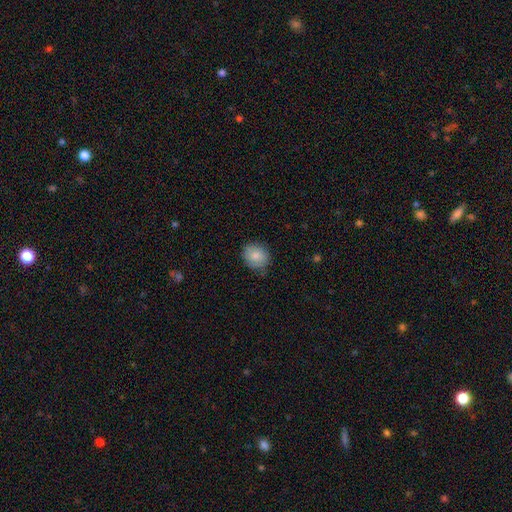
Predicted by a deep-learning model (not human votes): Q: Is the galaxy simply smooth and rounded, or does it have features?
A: smooth — 83%.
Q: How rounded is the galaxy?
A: round — 71%.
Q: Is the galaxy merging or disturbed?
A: none — 75%.